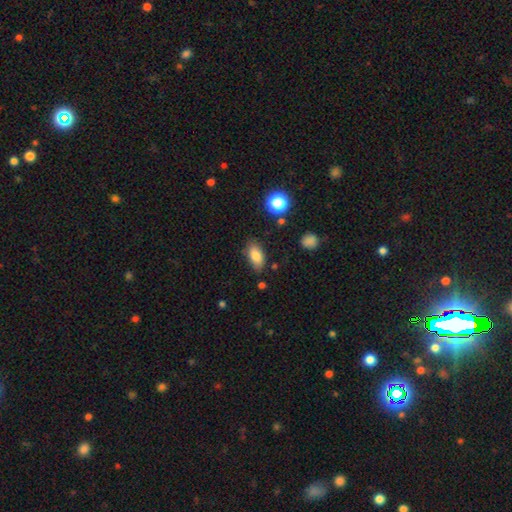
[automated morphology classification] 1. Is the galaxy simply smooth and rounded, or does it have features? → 82% smooth, 9% featured or disk, 9% star or artifact.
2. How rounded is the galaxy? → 90% in between, 5% round, 5% cigar-shaped.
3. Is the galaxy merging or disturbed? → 78% none, 15% minor disturbance, 4% major disturbance, 3% merger.